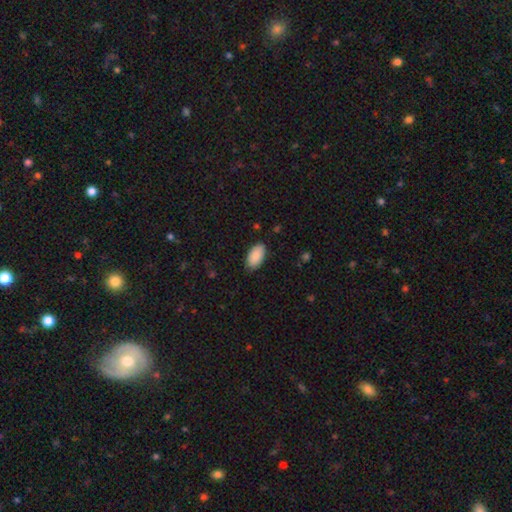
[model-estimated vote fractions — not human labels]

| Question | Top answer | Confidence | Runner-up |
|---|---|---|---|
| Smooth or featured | smooth | 89% | star or artifact (6%) |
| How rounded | in between | 96% | round (2%) |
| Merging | none | 85% | minor disturbance (12%) |